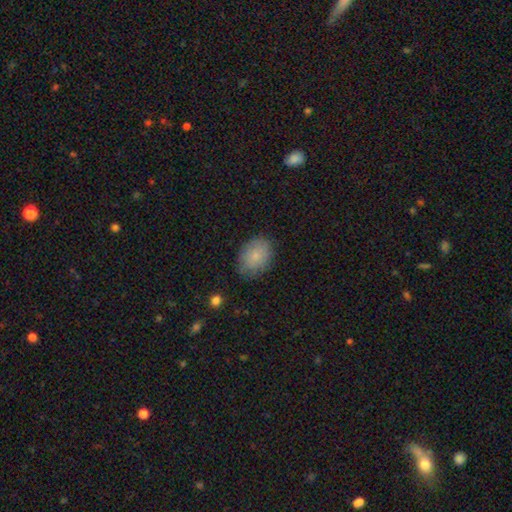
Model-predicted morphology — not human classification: type=smooth (80%); roundness=in between (71%); merging=none (77%).